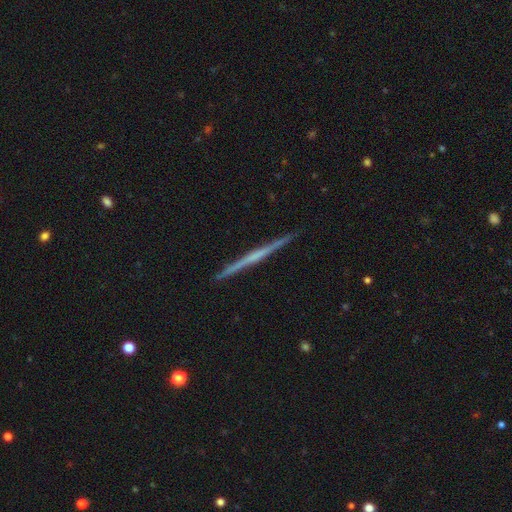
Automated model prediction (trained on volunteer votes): This is likely a featured or disk galaxy (68%). It is clearly viewed edge-on (98%). Edge-on bulge: likely none (78%). Merging: clearly none (92%).